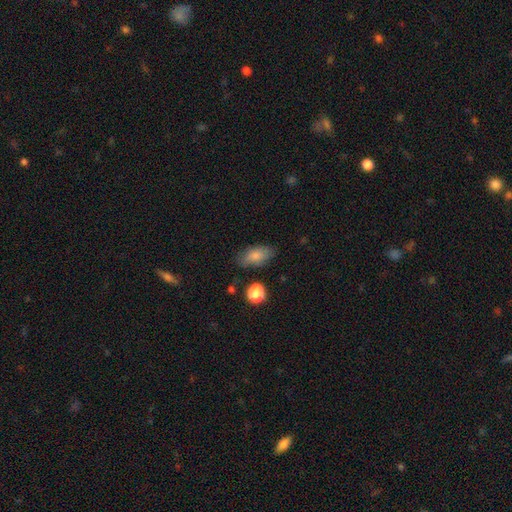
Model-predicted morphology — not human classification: A smooth galaxy with no disk features (81%) that is in between round and cigar-shaped (89%). Merging: none (73%).